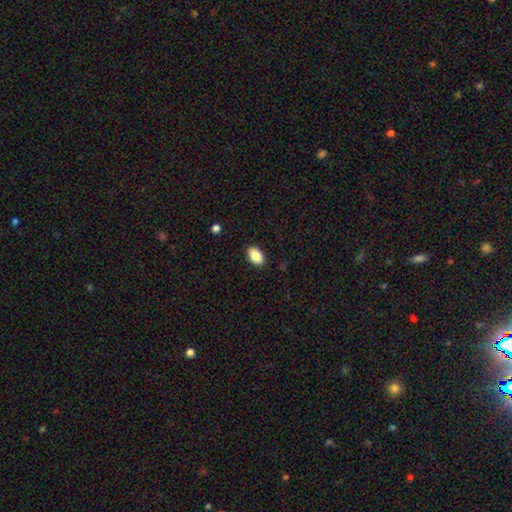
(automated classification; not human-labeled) The model was most divided on "smooth or featured": smooth: 88%, star or artifact: 7%, featured or disk: 5%. More confident: how rounded — in between (93%); merging — none (89%).